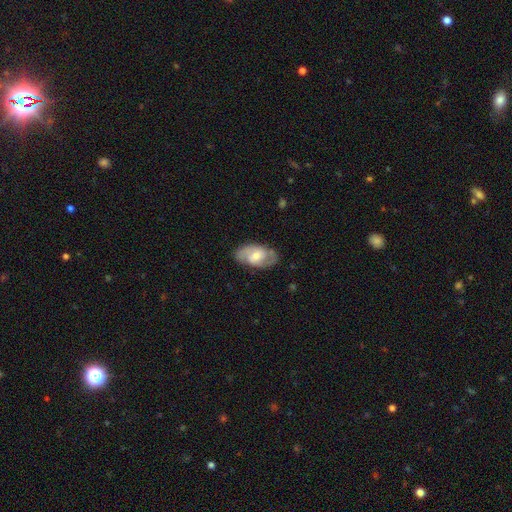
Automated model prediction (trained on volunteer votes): Morphology: type=featured or disk (66%); edge-on=no (94%); bar=no (49%); spiral arms=yes (82%); winding=medium (48%); arm count=2 (81%); bulge=moderate (54%); merging=none (78%).